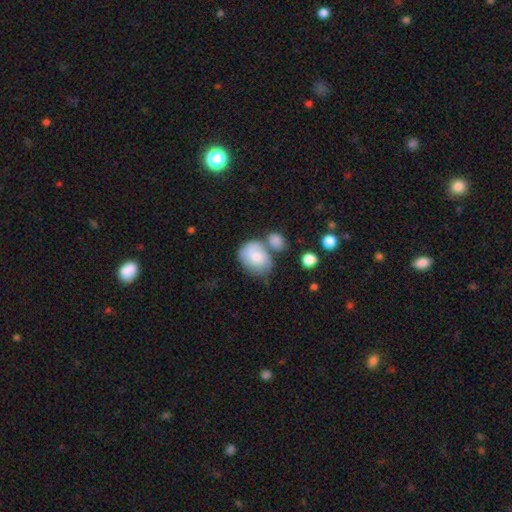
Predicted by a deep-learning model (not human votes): Smooth or featured: smooth — 61% (featured or disk — 31%)
How rounded: in between — 52% (round — 47%)
Merging: none — 36% (merger — 33%)